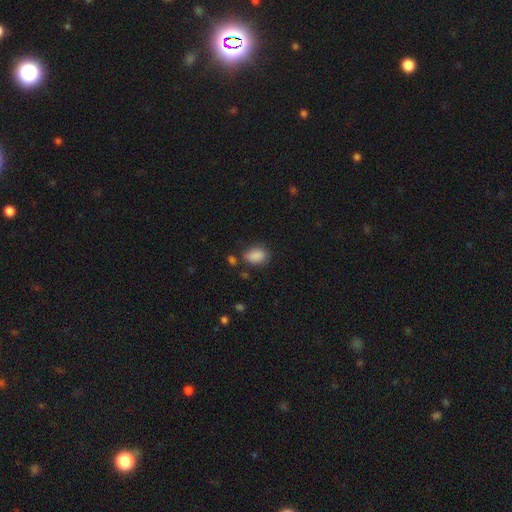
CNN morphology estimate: A smooth galaxy with no disk features (87%) that is in between round and cigar-shaped (81%).

Vote fractions:
- Smooth or featured? smooth: 87% / star or artifact: 9% / featured or disk: 4%
- How rounded? in between: 81% / round: 18% / cigar-shaped: 1%
- Merging? none: 72% / minor disturbance: 18% / merger: 5% / major disturbance: 5%